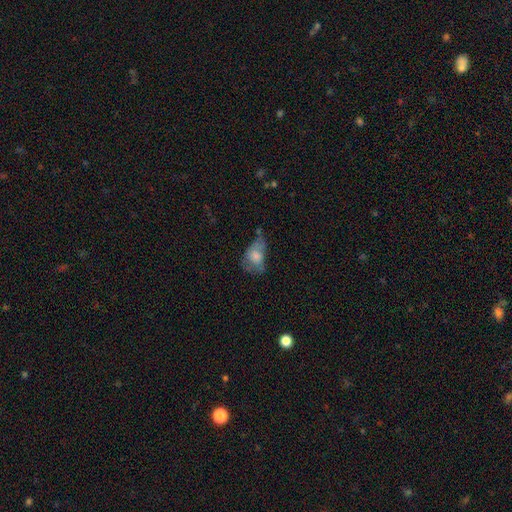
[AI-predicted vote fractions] smooth-or-featured: smooth: 63% | featured or disk: 28% | star or artifact: 9%
  how-rounded: in between: 82% | round: 16% | cigar-shaped: 2%
  merging: major disturbance: 33% | minor disturbance: 32% | none: 28% | merger: 7%